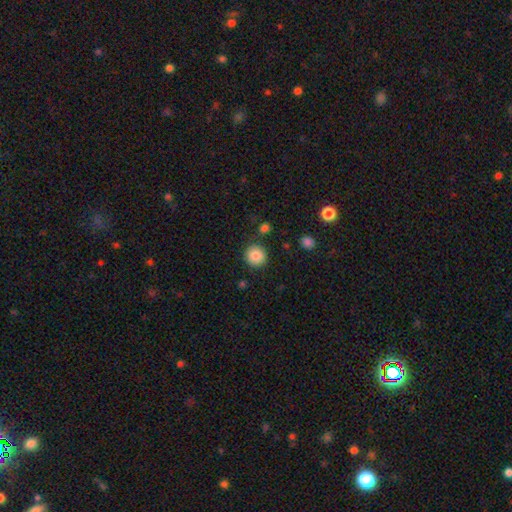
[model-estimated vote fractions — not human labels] smooth-or-featured: smooth: 86% | star or artifact: 9% | featured or disk: 5%
  how-rounded: round: 93% | in between: 6% | cigar-shaped: 1%
  merging: none: 88% | minor disturbance: 7% | merger: 3% | major disturbance: 3%